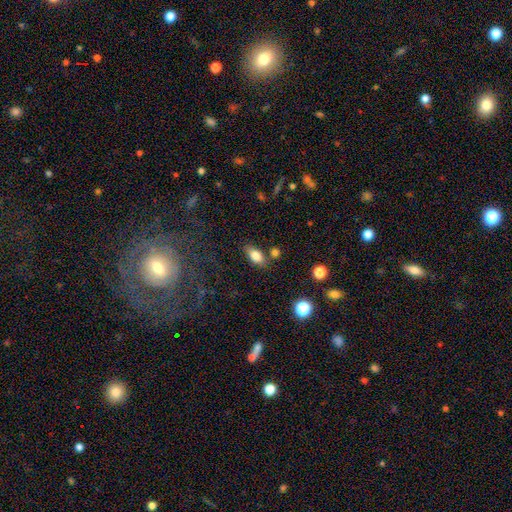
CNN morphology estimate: smooth-or-featured: smooth: 80% | featured or disk: 11% | star or artifact: 9%
  how-rounded: in between: 87% | cigar-shaped: 7% | round: 6%
  merging: none: 76% | minor disturbance: 13% | merger: 8% | major disturbance: 3%